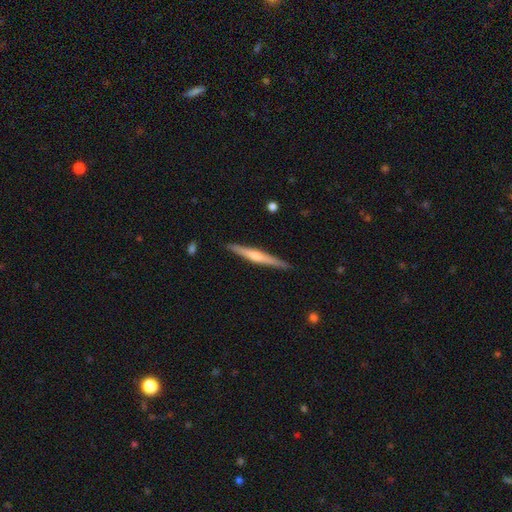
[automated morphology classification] A featured or disk galaxy (68%) viewed edge-on (98%) with a rounded central bulge (77%). Merging: none (91%).